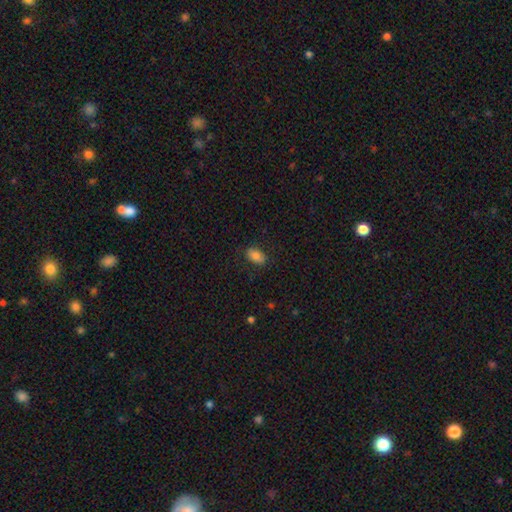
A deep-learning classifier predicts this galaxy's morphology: Q: Smooth or featured?
A: smooth (84%); runner-up: star or artifact (9%)
Q: How rounded?
A: in between (91%); runner-up: round (6%)
Q: Merging?
A: none (85%); runner-up: minor disturbance (11%)